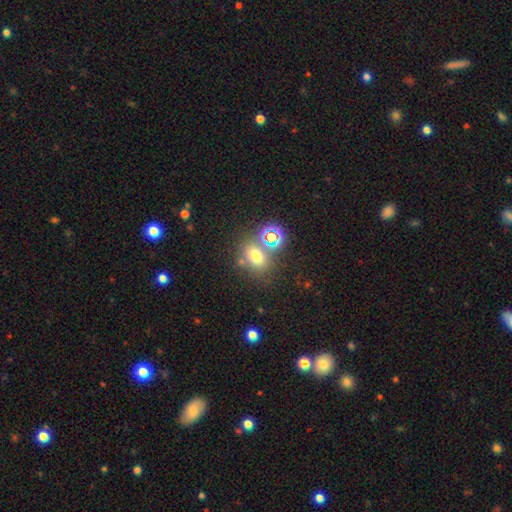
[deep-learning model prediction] Overall: smooth (63%; star or artifact 26%). How rounded: round (54%; in between 45%). Merging: none (63%).